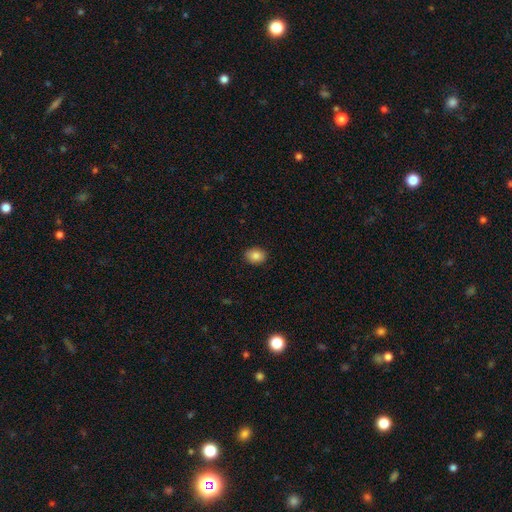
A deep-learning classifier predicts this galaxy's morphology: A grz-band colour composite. It shows a smooth galaxy with no disk features (86%) that is in between round and cigar-shaped (59%). Merging: none (89%).